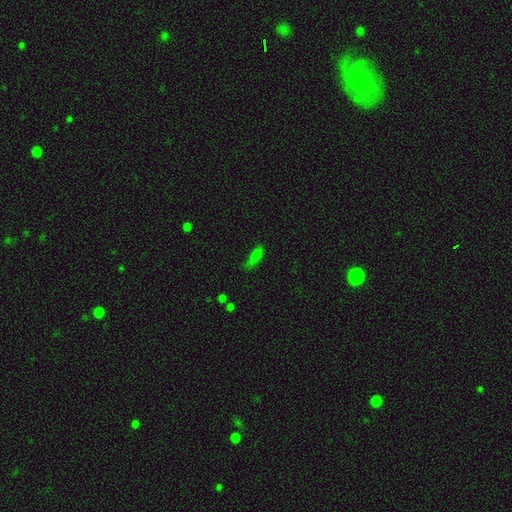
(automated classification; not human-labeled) Q: Smooth or featured?
A: smooth (73%); runner-up: star or artifact (16%)
Q: How rounded?
A: in between (54%); runner-up: cigar-shaped (42%)
Q: Merging?
A: none (60%); runner-up: minor disturbance (27%)